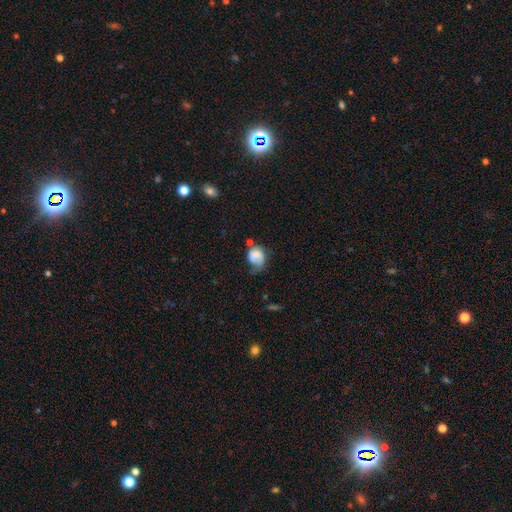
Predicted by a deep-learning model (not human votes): This is likely a smooth galaxy (63%). How rounded: possibly round (53%). Merging: marginally minor disturbance (34%).